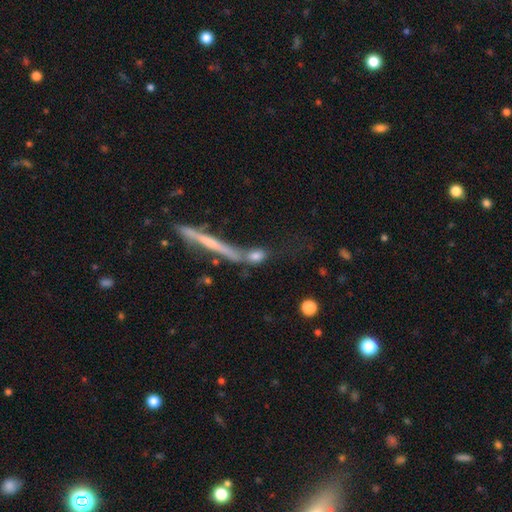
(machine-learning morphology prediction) type=smooth (70%); roundness=in between (51%); merging=none (45%).